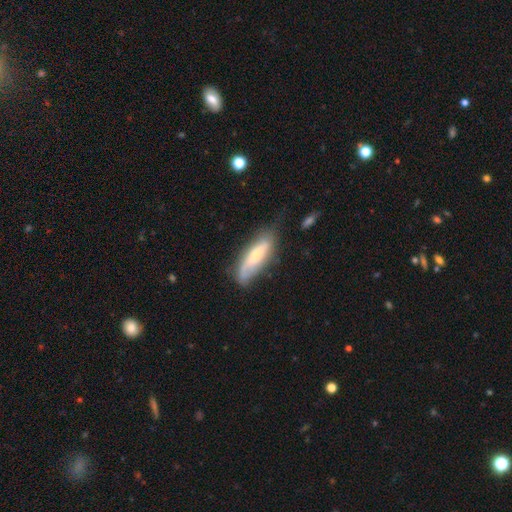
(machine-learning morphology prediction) The model was most divided on "smooth or featured": smooth: 50%, featured or disk: 44%, star or artifact: 6%. More confident: merging — none (56%).